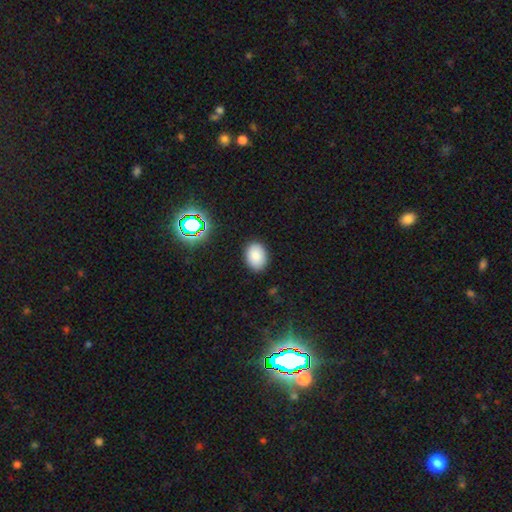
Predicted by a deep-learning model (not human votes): Smooth or featured?
  - smooth: 85% *
  - star or artifact: 10%
  - featured or disk: 5%
How rounded?
  - in between: 74% *
  - round: 25%
  - cigar-shaped: 1%
Merging?
  - none: 88% *
  - minor disturbance: 9%
  - major disturbance: 2%
  - merger: 1%